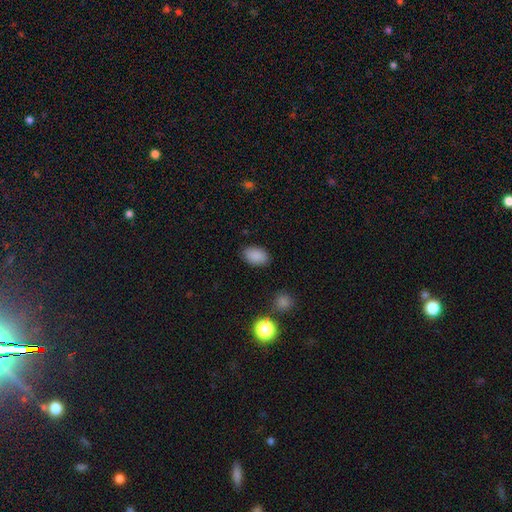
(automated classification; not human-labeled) Q: Smooth or featured?
A: smooth (88%); runner-up: star or artifact (8%)
Q: How rounded?
A: in between (89%); runner-up: round (10%)
Q: Merging?
A: none (86%); runner-up: minor disturbance (10%)